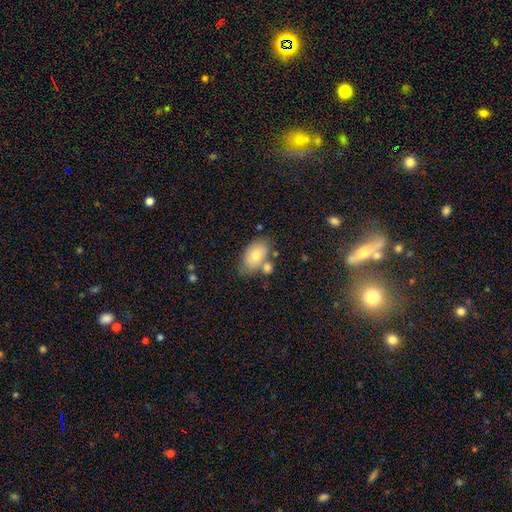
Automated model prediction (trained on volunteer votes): Smooth or featured?
  - smooth: 73% *
  - featured or disk: 20%
  - star or artifact: 7%
How rounded?
  - in between: 89% *
  - round: 9%
  - cigar-shaped: 1%
Merging?
  - none: 57% *
  - merger: 20%
  - minor disturbance: 18%
  - major disturbance: 5%